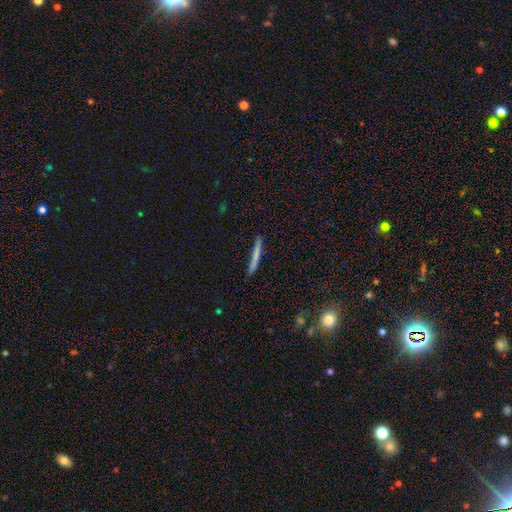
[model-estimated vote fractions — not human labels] A smooth galaxy with no disk features (69%) that is cigar-shaped (96%).

Vote fractions:
- Smooth or featured? smooth: 69% / featured or disk: 25% / star or artifact: 7%
- How rounded? cigar-shaped: 96% / in between: 2% / round: 1%
- Merging? none: 86% / minor disturbance: 11% / major disturbance: 2% / merger: 2%